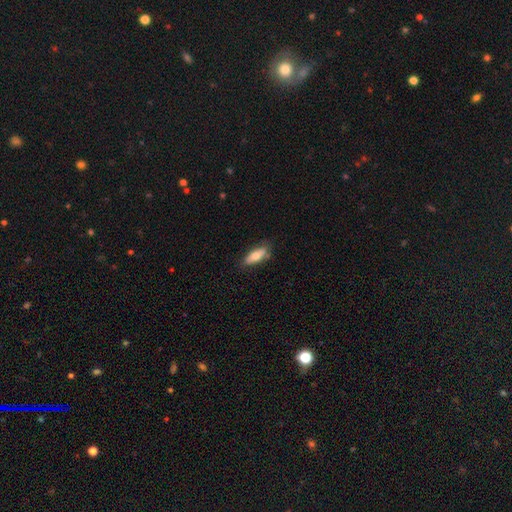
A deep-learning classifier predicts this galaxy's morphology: smooth-or-featured: smooth: 73% | featured or disk: 21% | star or artifact: 6%
  how-rounded: in between: 67% | cigar-shaped: 31% | round: 2%
  merging: none: 73% | minor disturbance: 20% | major disturbance: 4% | merger: 2%